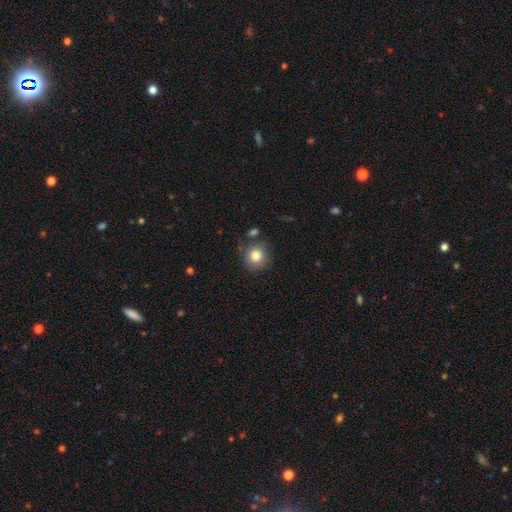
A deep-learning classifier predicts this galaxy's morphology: Smooth or featured: smooth — 83% (star or artifact — 10%)
How rounded: round — 90% (in between — 10%)
Merging: none — 80% (minor disturbance — 12%)